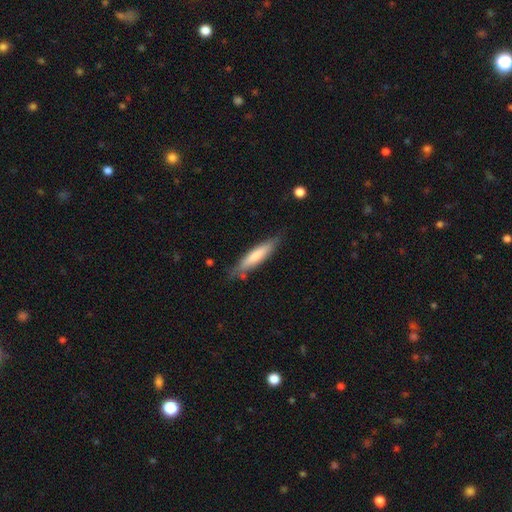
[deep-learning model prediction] This appears to be a smooth galaxy with no disk features (71%) that is cigar-shaped (82%). Merging: none (78%).